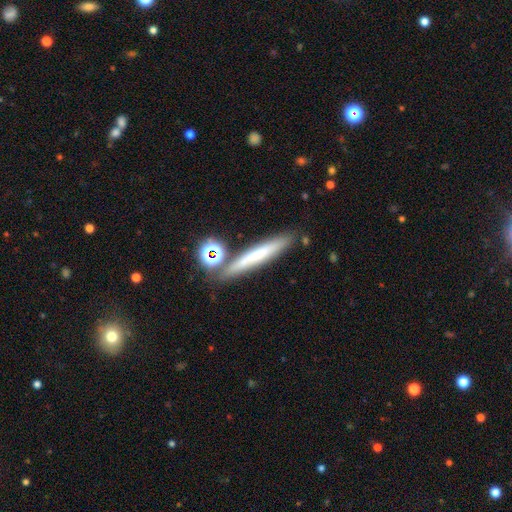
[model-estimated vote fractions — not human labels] smooth_or_featured: smooth (p=0.59) [alt: featured or disk p=0.28]
how_rounded: cigar-shaped (p=0.90) [alt: in between p=0.06]
merging: none (p=0.78) [alt: minor disturbance p=0.11]